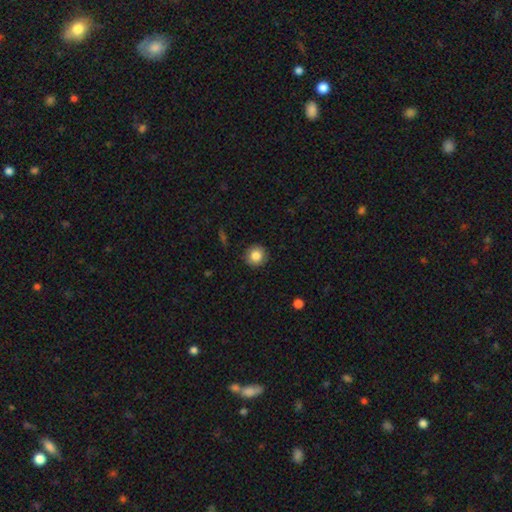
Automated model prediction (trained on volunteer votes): Overall: smooth (85%). How rounded: round (92%). Merging: none (90%).